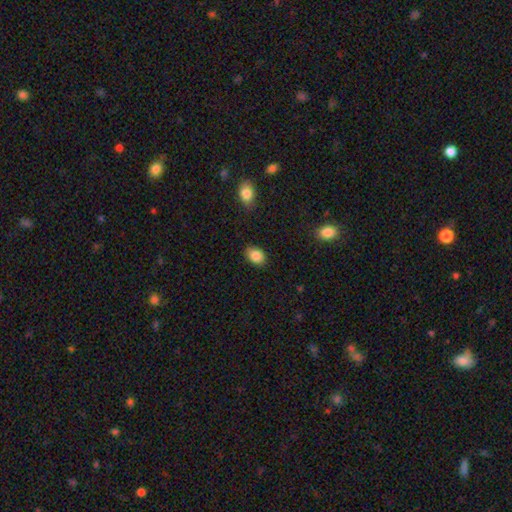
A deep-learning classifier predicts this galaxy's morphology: Q: Smooth or featured?
A: smooth (87%); runner-up: star or artifact (8%)
Q: How rounded?
A: in between (78%); runner-up: round (21%)
Q: Merging?
A: none (85%); runner-up: minor disturbance (12%)